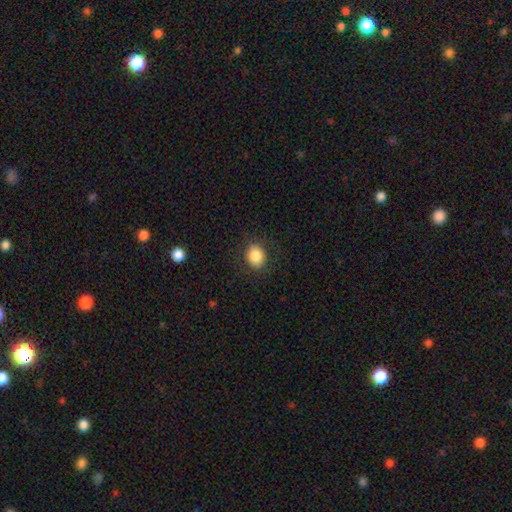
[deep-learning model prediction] Smooth or featured? Predicted: smooth (p=0.86). How rounded? Predicted: in between (p=0.51). Merging? Predicted: none (p=0.87).